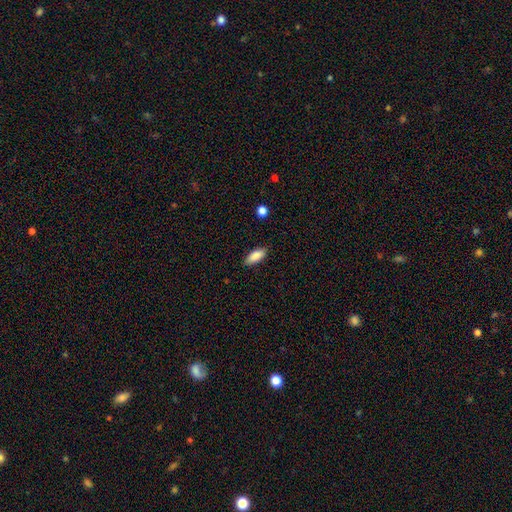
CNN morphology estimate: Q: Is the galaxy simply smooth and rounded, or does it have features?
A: smooth — 86%.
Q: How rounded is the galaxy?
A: in between — 77%.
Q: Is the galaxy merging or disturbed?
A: none — 85%.